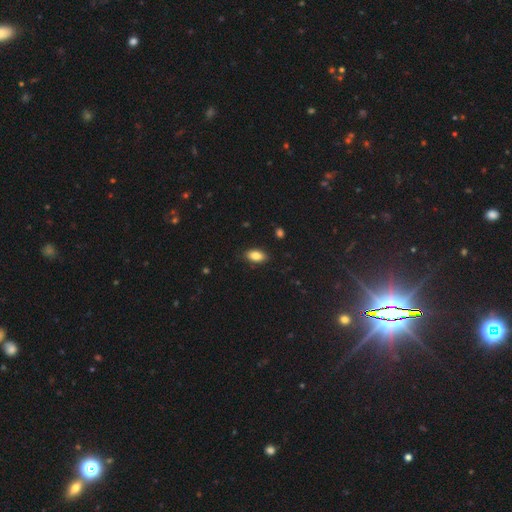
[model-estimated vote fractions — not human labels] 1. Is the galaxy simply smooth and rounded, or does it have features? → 85% smooth, 8% star or artifact, 7% featured or disk.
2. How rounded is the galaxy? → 91% in between, 5% round, 4% cigar-shaped.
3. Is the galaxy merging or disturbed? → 86% none, 11% minor disturbance, 2% major disturbance, 1% merger.